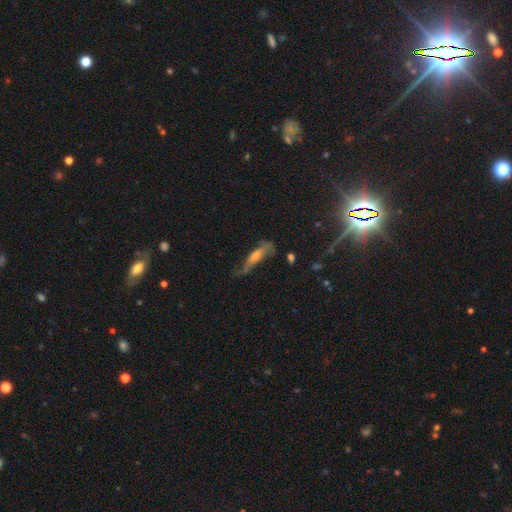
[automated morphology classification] Overall: featured or disk (56%; smooth 31%). Edge-on disk: yes (61%; no 39%). Merging: none (40%; minor disturbance 30%).